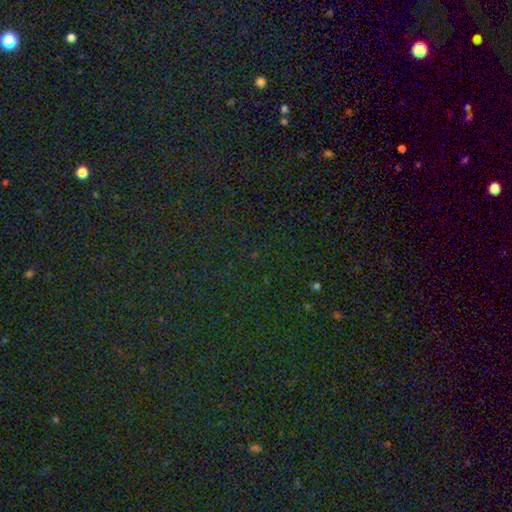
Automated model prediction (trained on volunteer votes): smooth-or-featured: star or artifact: 82% | smooth: 11% | featured or disk: 8%